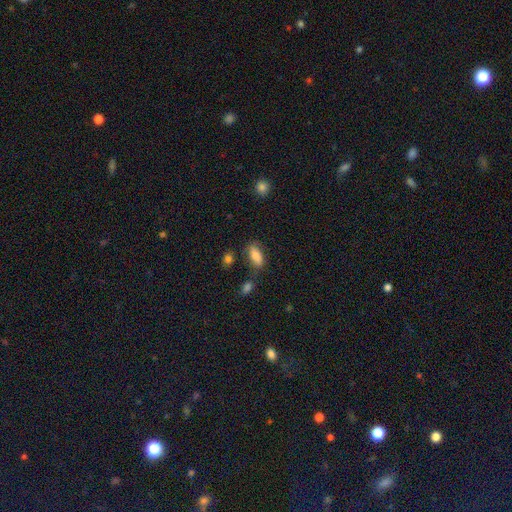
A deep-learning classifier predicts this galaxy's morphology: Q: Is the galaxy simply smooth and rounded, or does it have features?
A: smooth — 82%.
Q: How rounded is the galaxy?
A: in between — 84%.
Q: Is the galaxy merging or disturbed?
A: none — 67%.